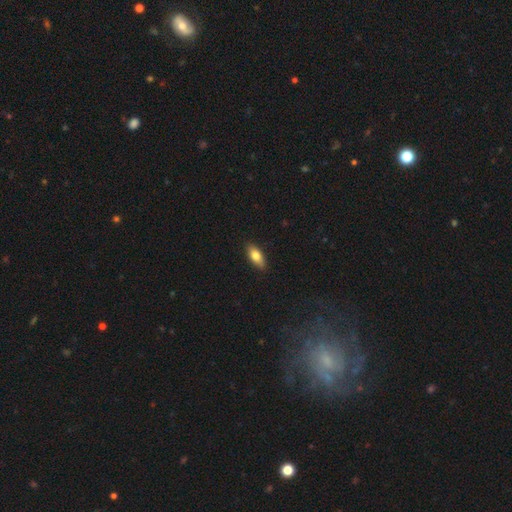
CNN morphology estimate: Q: Smooth or featured?
A: smooth (77%); runner-up: featured or disk (16%)
Q: How rounded?
A: in between (85%); runner-up: cigar-shaped (12%)
Q: Merging?
A: none (87%); runner-up: minor disturbance (10%)